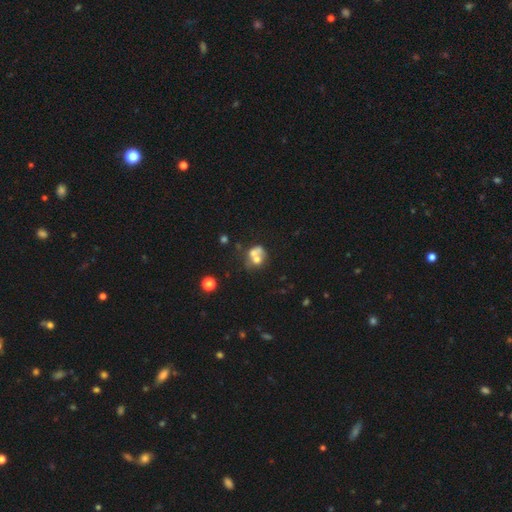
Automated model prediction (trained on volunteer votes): smooth_or_featured: smooth (p=0.54) [alt: featured or disk p=0.33]
how_rounded: round (p=0.62) [alt: in between p=0.37]
merging: merger (p=0.59) [alt: none p=0.26]